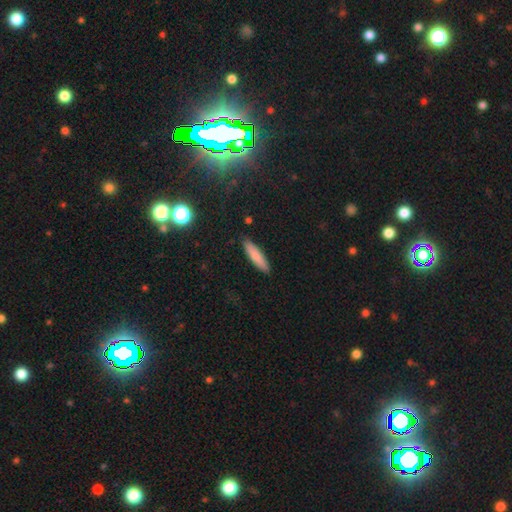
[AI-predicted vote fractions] Q: Smooth or featured?
A: smooth (83%); runner-up: featured or disk (11%)
Q: How rounded?
A: cigar-shaped (78%); runner-up: in between (20%)
Q: Merging?
A: none (89%); runner-up: minor disturbance (8%)